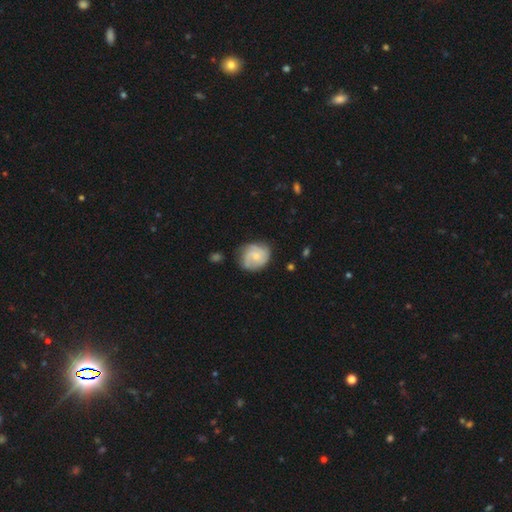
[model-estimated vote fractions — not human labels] Smooth or featured? Predicted: featured or disk (p=0.56). Edge-on disk? Predicted: no (p=0.98). Bar? Predicted: no (p=0.68). Spiral arms? Predicted: yes (p=0.87). Bulge size? Predicted: small (p=0.53). Merging? Predicted: none (p=0.65).